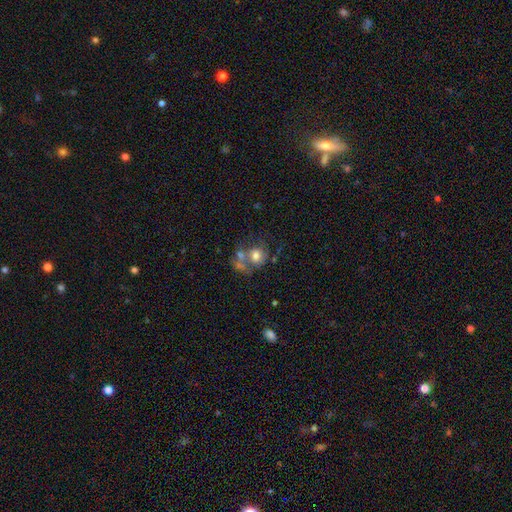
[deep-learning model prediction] The model was most divided on "merging": merger: 39%, none: 33%, minor disturbance: 14%, major disturbance: 13%. More confident: how rounded — round (74%); smooth or featured — smooth (62%).